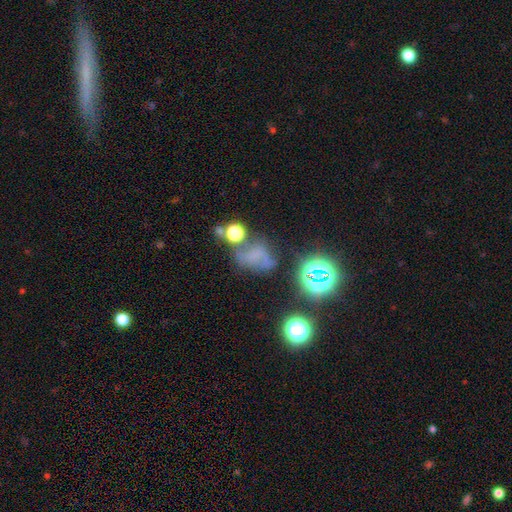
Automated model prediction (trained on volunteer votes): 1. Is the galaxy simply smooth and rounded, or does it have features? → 36% smooth, 34% star or artifact, 30% featured or disk.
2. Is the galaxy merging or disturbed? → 39% none, 26% major disturbance, 20% minor disturbance, 15% merger.